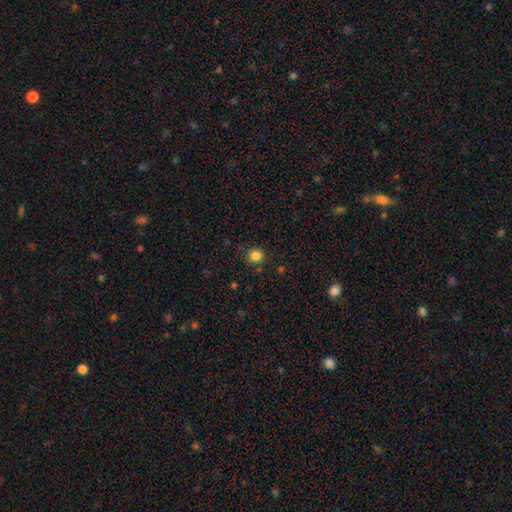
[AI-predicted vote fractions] This is clearly a smooth galaxy (84%). How rounded: clearly round (91%). Merging: clearly none (86%).